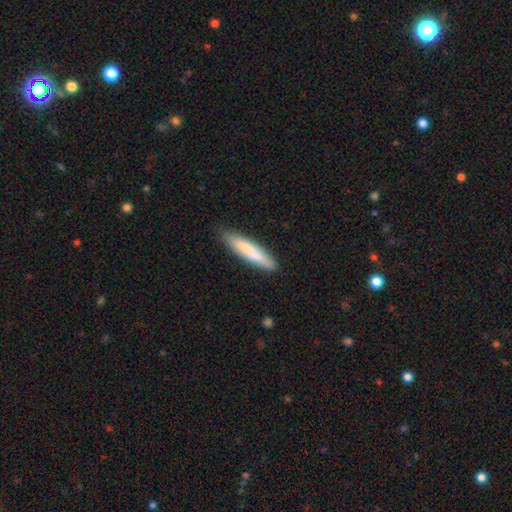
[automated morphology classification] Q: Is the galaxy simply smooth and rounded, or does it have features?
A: smooth — 77%.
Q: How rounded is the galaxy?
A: cigar-shaped — 84%.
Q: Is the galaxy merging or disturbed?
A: none — 86%.